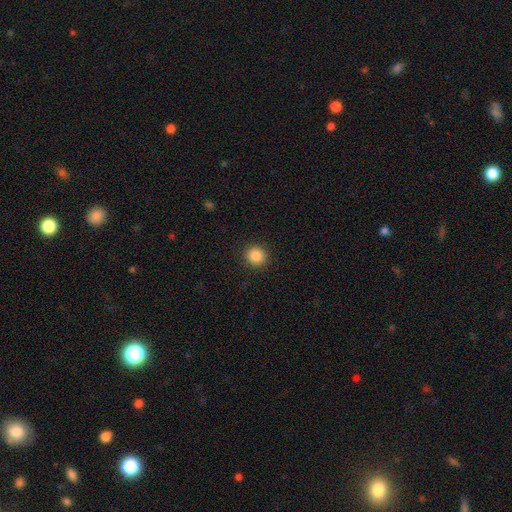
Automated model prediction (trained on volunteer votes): Smooth or featured?
  - smooth: 87% *
  - star or artifact: 10%
  - featured or disk: 3%
How rounded?
  - round: 93% *
  - in between: 6%
  - cigar-shaped: 1%
Merging?
  - none: 92% *
  - minor disturbance: 5%
  - major disturbance: 2%
  - merger: 1%